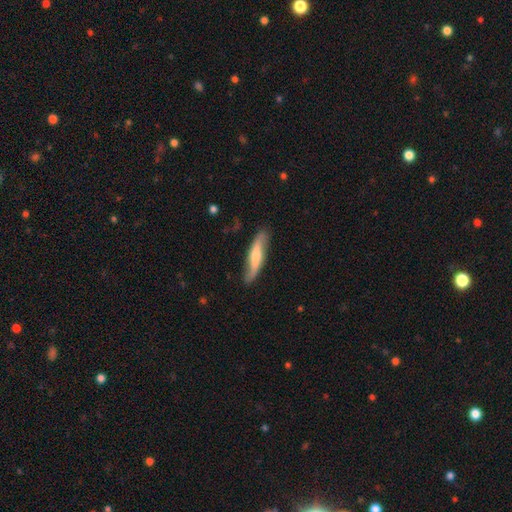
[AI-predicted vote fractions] Q: Smooth or featured?
A: featured or disk (55%); runner-up: smooth (39%)
Q: Edge-on disk?
A: yes (53%); runner-up: no (47%)
Q: Merging?
A: none (80%); runner-up: minor disturbance (16%)